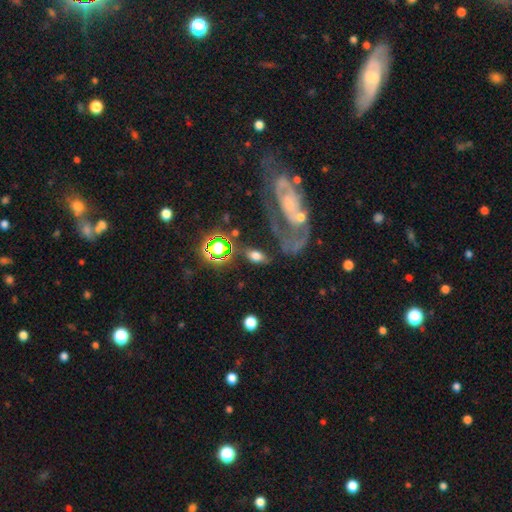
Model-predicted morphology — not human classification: smooth_or_featured: smooth (p=0.56) [alt: featured or disk p=0.29]
how_rounded: in between (p=0.80) [alt: round p=0.12]
merging: none (p=0.61) [alt: minor disturbance p=0.16]